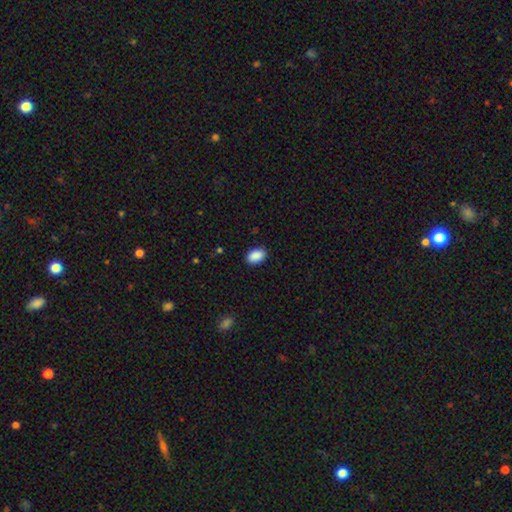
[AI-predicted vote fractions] The model was most divided on "how rounded": in between: 88%, round: 11%, cigar-shaped: 1%. More confident: smooth or featured — smooth (90%); merging — none (88%).